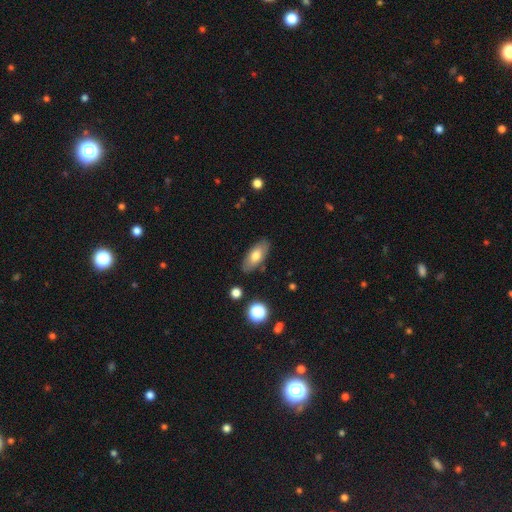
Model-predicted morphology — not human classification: Smooth or featured: smooth — 70% (featured or disk — 23%)
How rounded: in between — 86% (cigar-shaped — 10%)
Merging: none — 84% (minor disturbance — 11%)